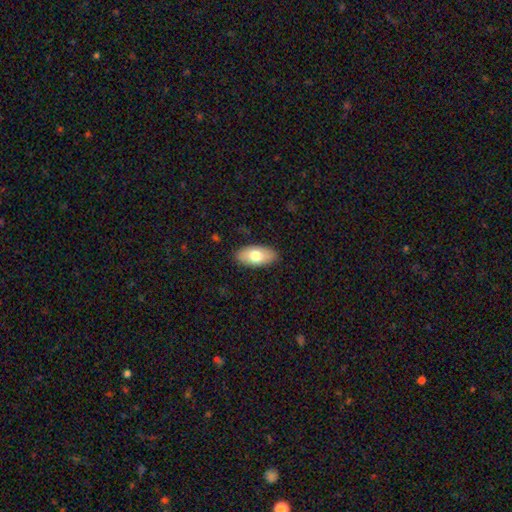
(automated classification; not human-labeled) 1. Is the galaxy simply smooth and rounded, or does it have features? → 74% smooth, 20% featured or disk, 6% star or artifact.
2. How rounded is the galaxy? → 93% in between, 5% cigar-shaped, 3% round.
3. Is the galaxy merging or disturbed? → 88% none, 9% minor disturbance, 2% major disturbance, 1% merger.